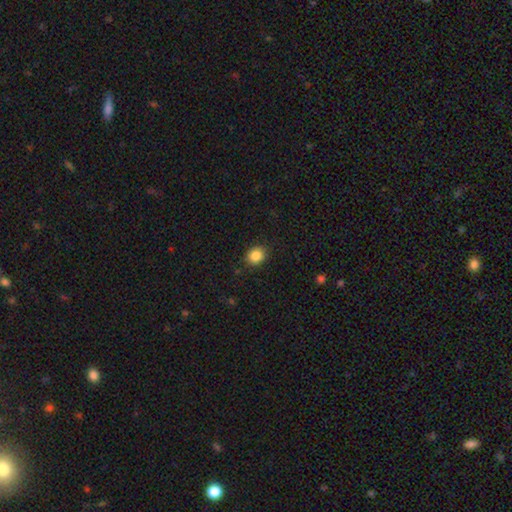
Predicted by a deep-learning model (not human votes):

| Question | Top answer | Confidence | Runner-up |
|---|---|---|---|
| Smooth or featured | smooth | 86% | star or artifact (10%) |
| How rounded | round | 68% | in between (31%) |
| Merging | none | 87% | minor disturbance (9%) |